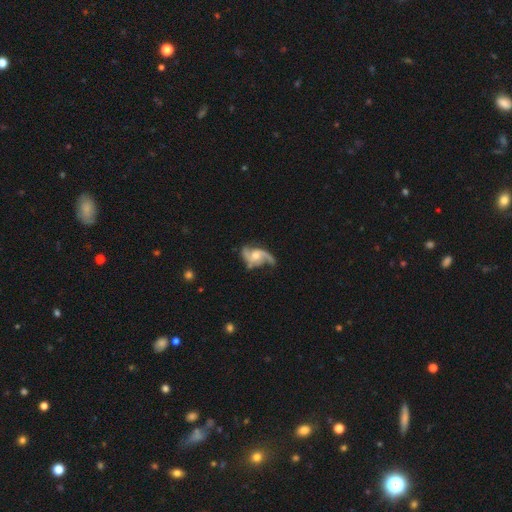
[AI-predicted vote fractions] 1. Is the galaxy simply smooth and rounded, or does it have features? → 87% featured or disk, 8% smooth, 5% star or artifact.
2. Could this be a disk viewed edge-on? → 97% no, 3% yes.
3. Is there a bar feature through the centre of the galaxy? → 60% no, 33% weak, 7% strong.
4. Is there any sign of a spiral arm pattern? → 96% yes, 4% no.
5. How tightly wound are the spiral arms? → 59% loose, 33% medium, 8% tight.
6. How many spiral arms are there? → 72% 2, 15% 3, 5% can't tell, 4% 1, 3% 4, 2% more than 4.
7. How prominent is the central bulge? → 59% moderate, 29% small, 6% large, 4% none, 1% dominant.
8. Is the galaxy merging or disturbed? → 54% none, 23% minor disturbance, 19% major disturbance, 4% merger.